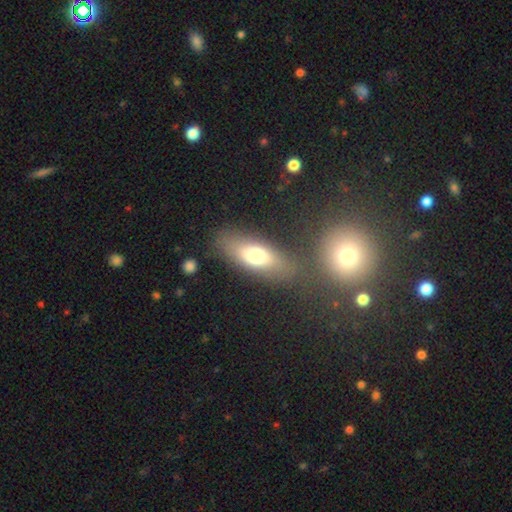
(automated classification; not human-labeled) A smooth galaxy with no disk features (69%) that is in between round and cigar-shaped (70%).

Vote fractions:
- Smooth or featured? smooth: 69% / featured or disk: 21% / star or artifact: 10%
- How rounded? in between: 70% / cigar-shaped: 24% / round: 6%
- Merging? none: 74% / minor disturbance: 12% / merger: 8% / major disturbance: 6%